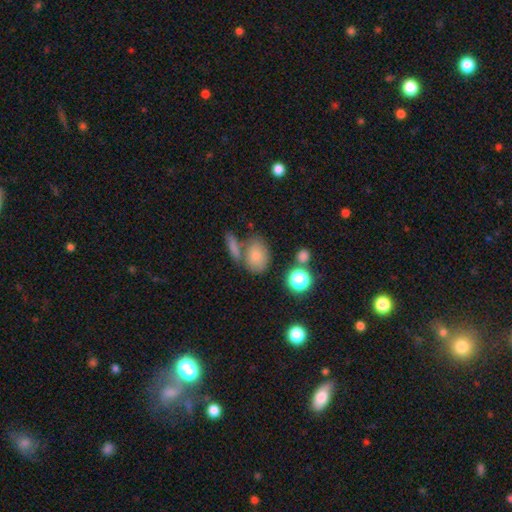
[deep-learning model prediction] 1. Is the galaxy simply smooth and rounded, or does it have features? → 76% smooth, 13% featured or disk, 11% star or artifact.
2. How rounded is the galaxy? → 70% in between, 27% round, 2% cigar-shaped.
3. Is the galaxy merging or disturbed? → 52% none, 28% merger, 14% minor disturbance, 6% major disturbance.